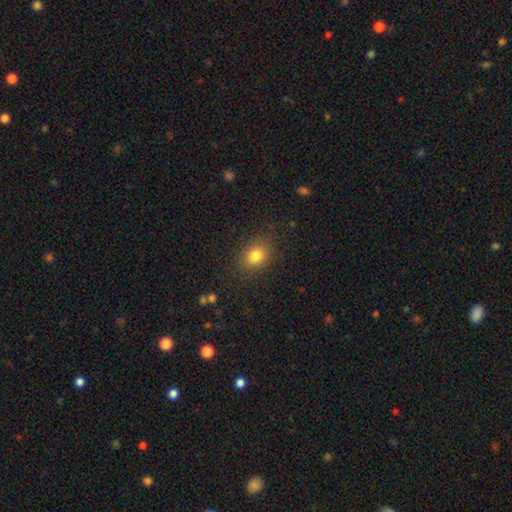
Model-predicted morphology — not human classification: A smooth galaxy with no disk features (81%) that is round (54%).

Vote fractions:
- Smooth or featured? smooth: 81% / star or artifact: 12% / featured or disk: 7%
- How rounded? round: 54% / in between: 45% / cigar-shaped: 1%
- Merging? none: 86% / minor disturbance: 9% / major disturbance: 3% / merger: 1%